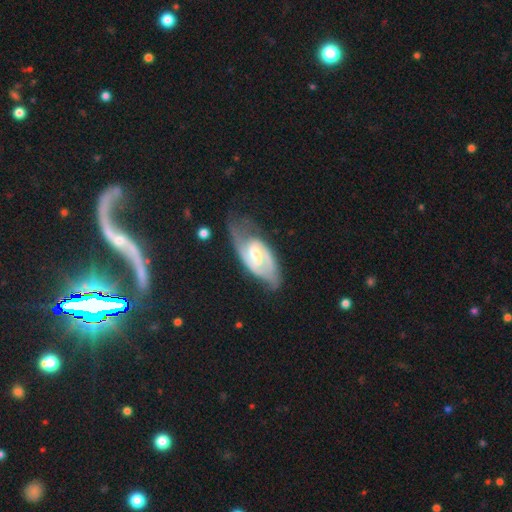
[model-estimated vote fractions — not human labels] Smooth or featured? featured or disk (86%)
Edge-on disk? no (95%)
Bar? weak (53%)
Spiral arms? yes (95%)
Spiral winding? medium (44%)
Spiral arm count? 2 (79%)
Bulge size? moderate (57%)
Merging? none (54%)